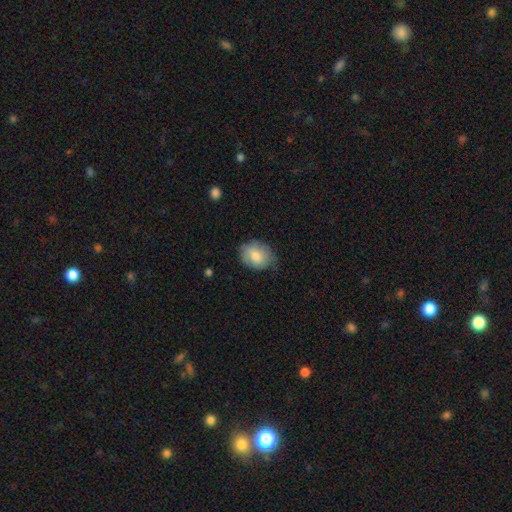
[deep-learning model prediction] Q: Smooth or featured?
A: smooth (79%); runner-up: featured or disk (14%)
Q: How rounded?
A: in between (59%); runner-up: round (40%)
Q: Merging?
A: none (68%); runner-up: minor disturbance (26%)